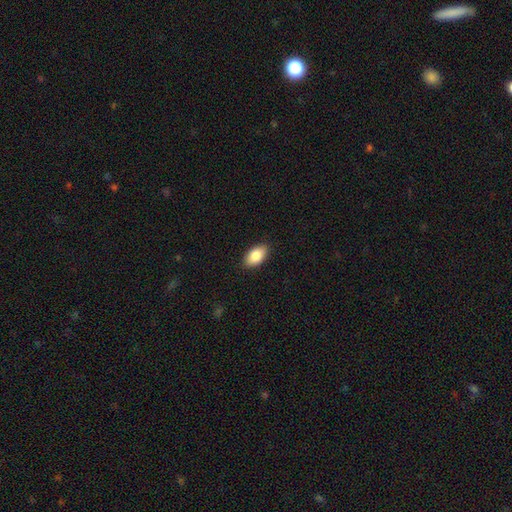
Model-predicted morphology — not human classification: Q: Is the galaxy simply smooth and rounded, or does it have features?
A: smooth — 86%.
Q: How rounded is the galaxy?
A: in between — 94%.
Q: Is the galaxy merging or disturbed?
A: none — 89%.